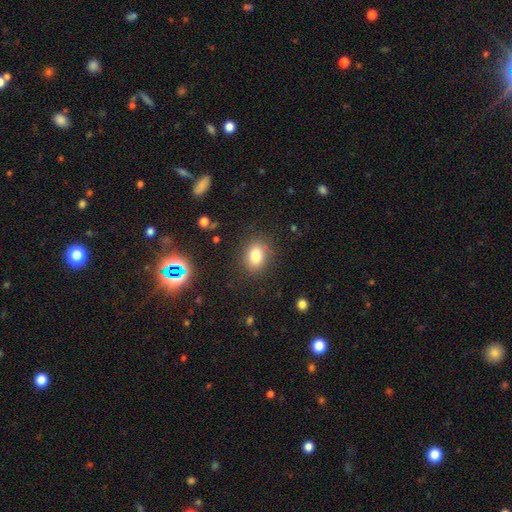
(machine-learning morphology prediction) smooth_or_featured: smooth (p=0.81) [alt: star or artifact p=0.11]
how_rounded: in between (p=0.63) [alt: round p=0.36]
merging: none (p=0.84) [alt: minor disturbance p=0.11]